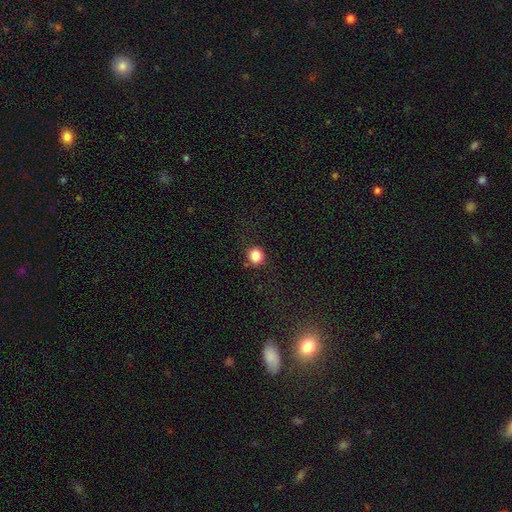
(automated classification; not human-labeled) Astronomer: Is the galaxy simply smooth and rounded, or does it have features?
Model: smooth — 85%.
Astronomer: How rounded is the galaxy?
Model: round — 91%.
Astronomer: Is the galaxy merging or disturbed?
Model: none — 84%.